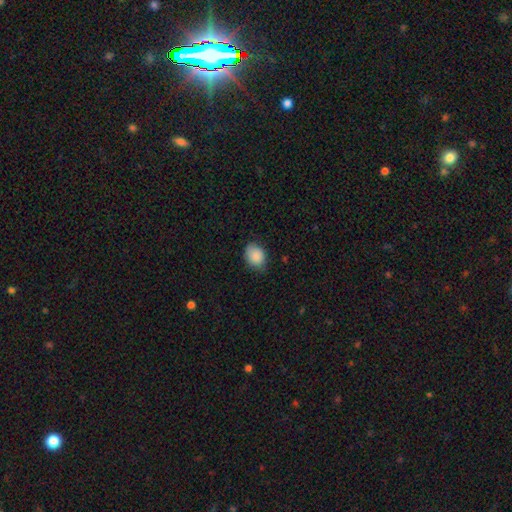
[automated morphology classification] Q: Smooth or featured?
A: smooth (87%); runner-up: star or artifact (7%)
Q: How rounded?
A: in between (67%); runner-up: round (32%)
Q: Merging?
A: none (70%); runner-up: minor disturbance (24%)